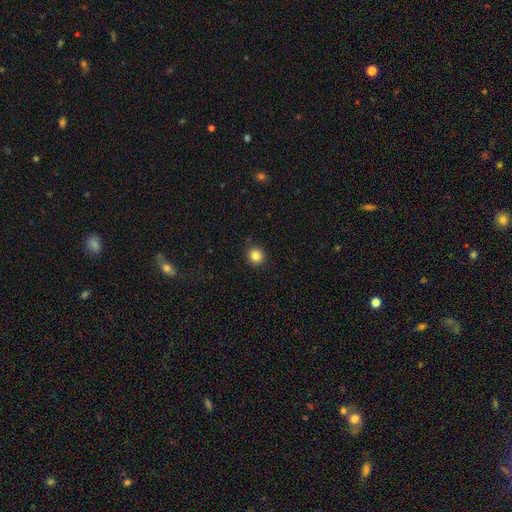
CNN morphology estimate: smooth 84%, star or artifact 11%, featured or disk 5%. Down the decision tree: how rounded — round (89%); merging — none (92%).